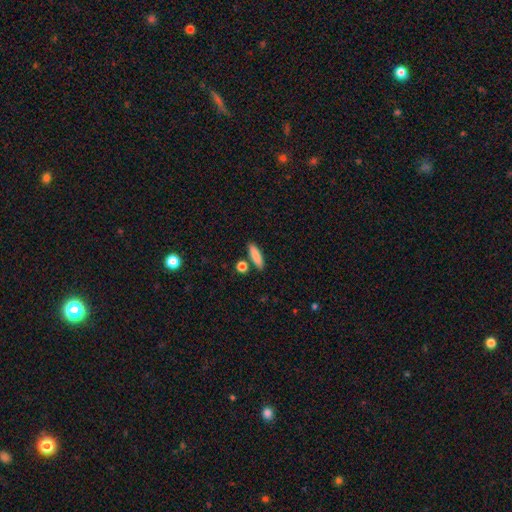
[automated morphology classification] Smooth or featured? Predicted: smooth (p=0.85). How rounded? Predicted: cigar-shaped (p=0.61). Merging? Predicted: none (p=0.82).